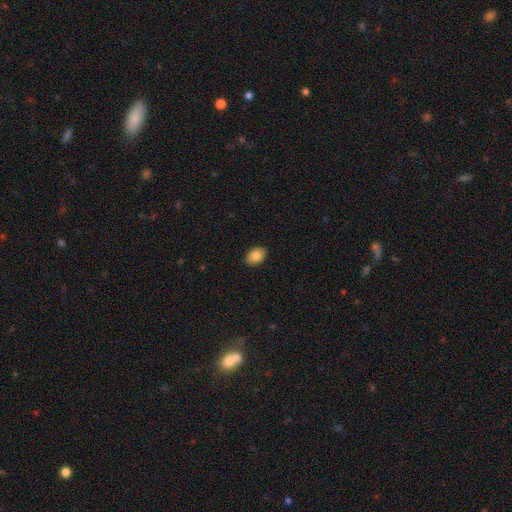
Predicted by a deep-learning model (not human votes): smooth 86%, star or artifact 7%, featured or disk 6%. Down the decision tree: how rounded — in between (80%); merging — none (88%).